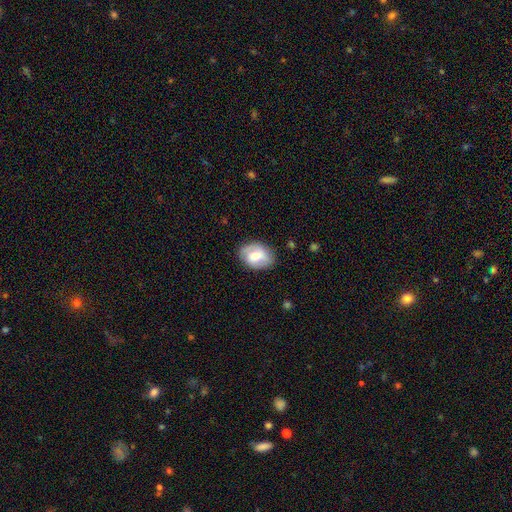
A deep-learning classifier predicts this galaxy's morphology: Smooth or featured? smooth (54%)
How rounded? in between (68%)
Merging? none (79%)